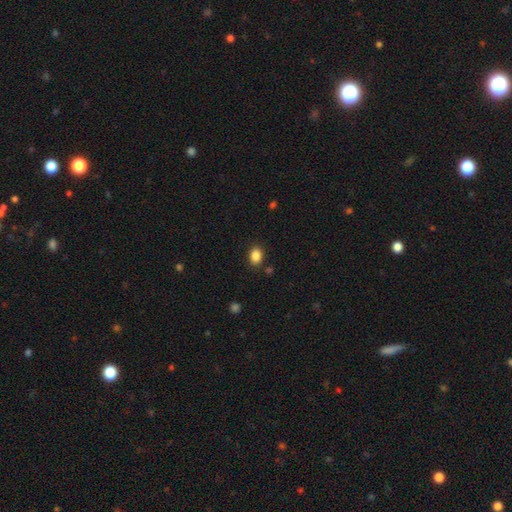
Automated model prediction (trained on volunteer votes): Overall: smooth (87%). How rounded: in between (66%; round 33%). Merging: none (86%).